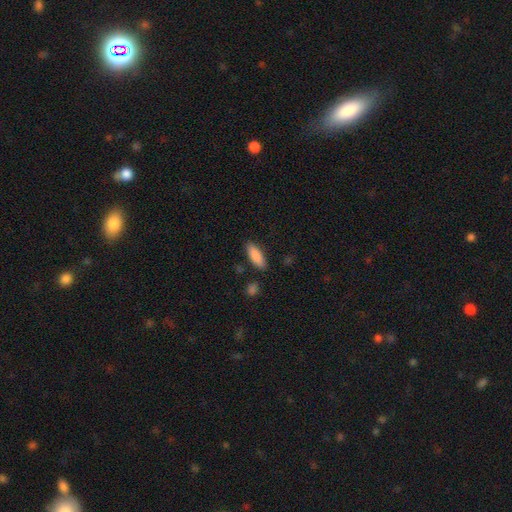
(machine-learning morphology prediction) Smooth or featured?
  - smooth: 87% *
  - featured or disk: 7%
  - star or artifact: 6%
How rounded?
  - in between: 67% *
  - cigar-shaped: 31%
  - round: 2%
Merging?
  - none: 85% *
  - minor disturbance: 11%
  - major disturbance: 2%
  - merger: 2%